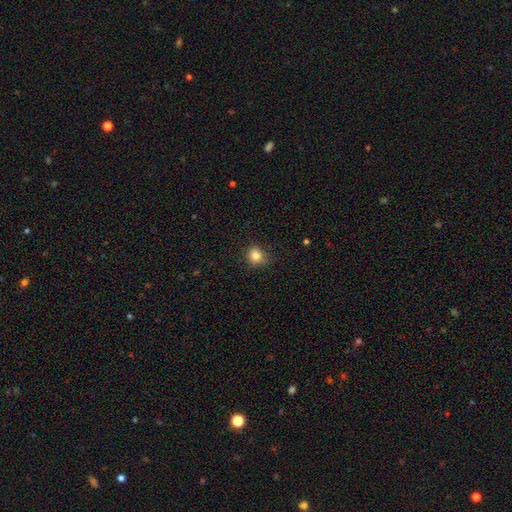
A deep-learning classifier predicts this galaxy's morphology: smooth_or_featured: smooth (p=0.82) [alt: star or artifact p=0.12]
how_rounded: round (p=0.77) [alt: in between p=0.22]
merging: none (p=0.80) [alt: minor disturbance p=0.15]